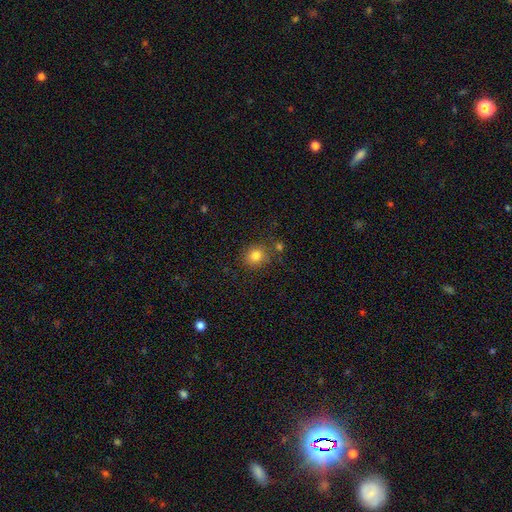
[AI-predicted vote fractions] A smooth galaxy with no disk features (81%) that is round (82%). Merging: none (79%).